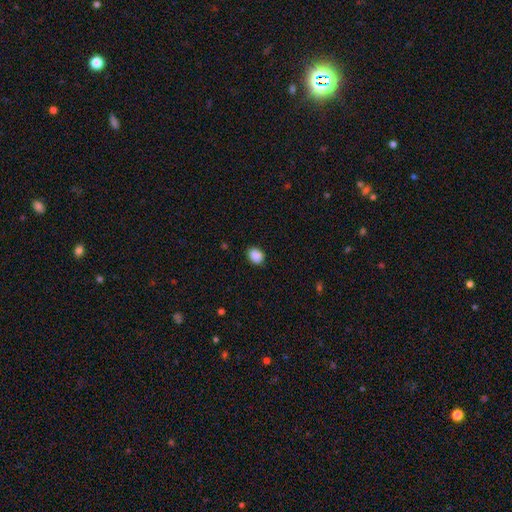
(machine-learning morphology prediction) This is clearly a smooth galaxy (89%). How rounded: possibly in between (55%). Merging: clearly none (85%).